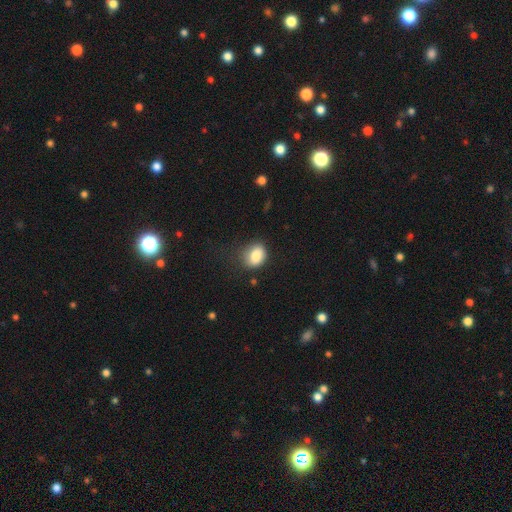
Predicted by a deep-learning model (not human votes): This is clearly a smooth galaxy (83%). How rounded: possibly in between (57%). Merging: likely none (62%).